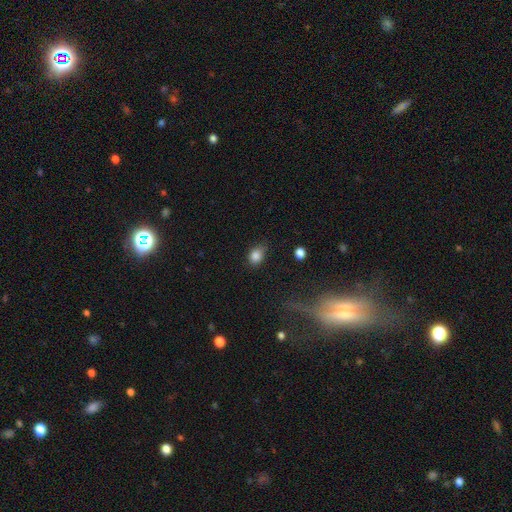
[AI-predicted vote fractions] A smooth galaxy with no disk features (85%) that is in between round and cigar-shaped (65%).

Vote fractions:
- Smooth or featured? smooth: 85% / star or artifact: 10% / featured or disk: 5%
- How rounded? in between: 65% / round: 34% / cigar-shaped: 1%
- Merging? none: 68% / minor disturbance: 25% / major disturbance: 5% / merger: 2%